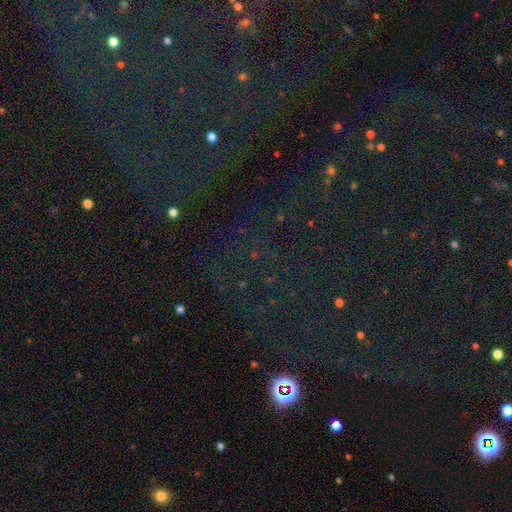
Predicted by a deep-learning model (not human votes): smooth_or_featured: star or artifact (p=0.83) [alt: smooth p=0.10]